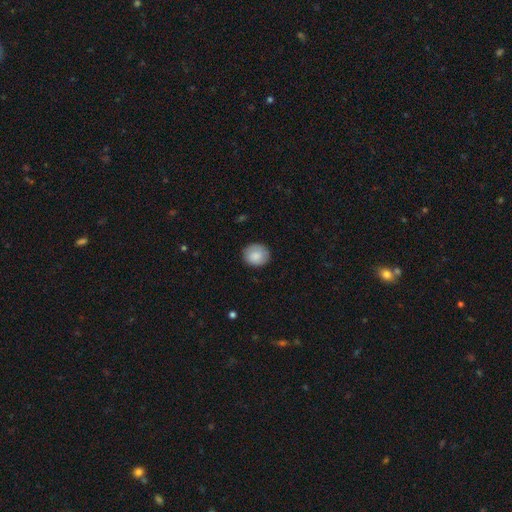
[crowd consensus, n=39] Smooth or featured? 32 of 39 (82%) said smooth. How rounded? 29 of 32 (91%) said round. Merging? 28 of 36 (78%) said none.